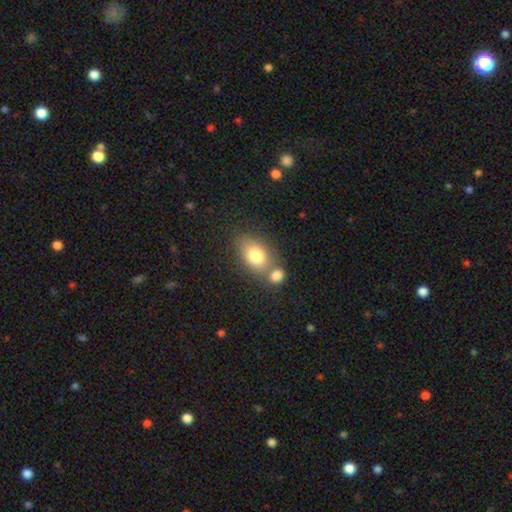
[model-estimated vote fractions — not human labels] Q: Smooth or featured?
A: smooth (78%); runner-up: featured or disk (13%)
Q: How rounded?
A: in between (76%); runner-up: round (22%)
Q: Merging?
A: none (48%); runner-up: merger (36%)